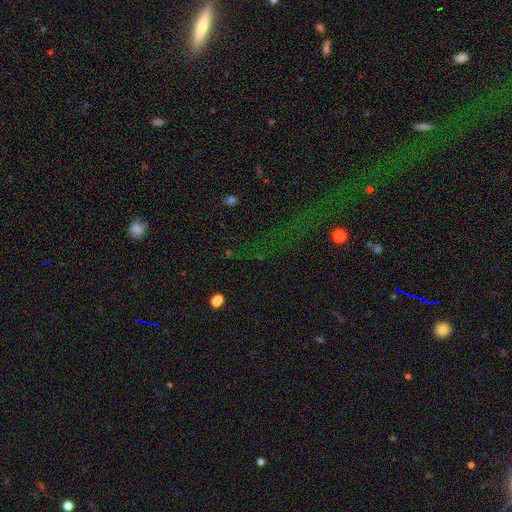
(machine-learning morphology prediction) This is likely a star or artifact rather than a galaxy (70%).